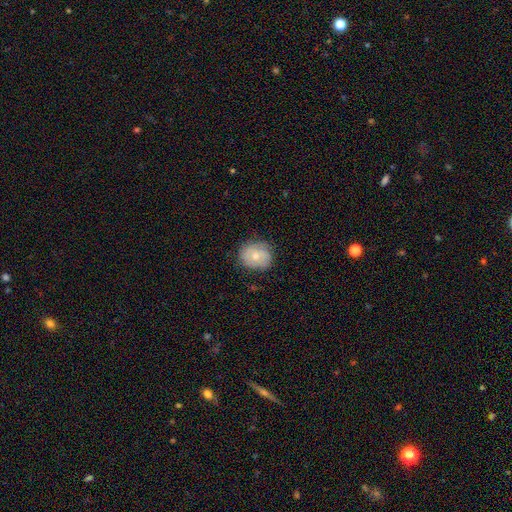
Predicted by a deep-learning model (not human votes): This appears to be a smooth galaxy with no disk features (64%) that is round (68%). Merging: none (72%).